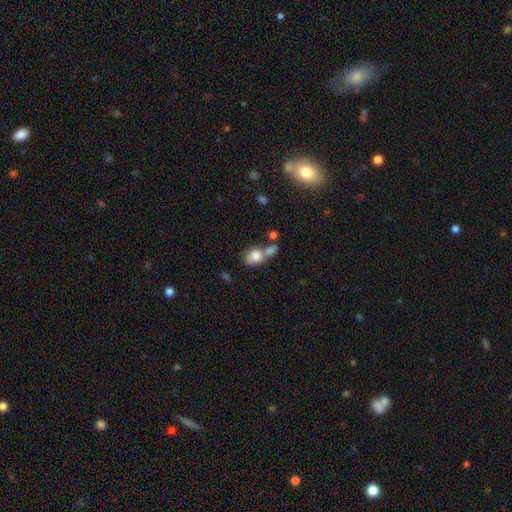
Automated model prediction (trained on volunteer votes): This appears to be a smooth galaxy with no disk features (77%) that is in between round and cigar-shaped (57%). Merging: merger (52%).